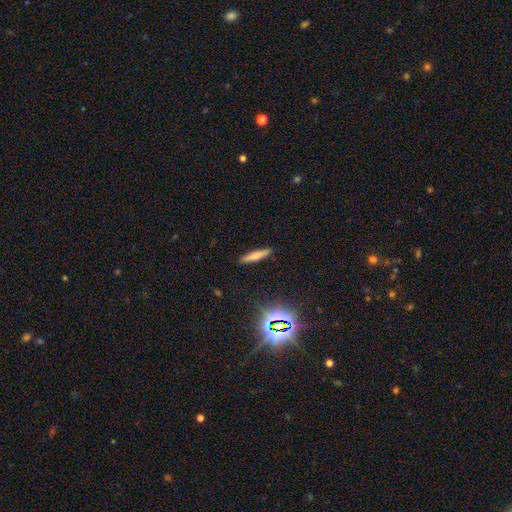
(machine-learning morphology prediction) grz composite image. It shows a smooth galaxy with no disk features (68%) that is cigar-shaped (86%). Merging: none (90%).